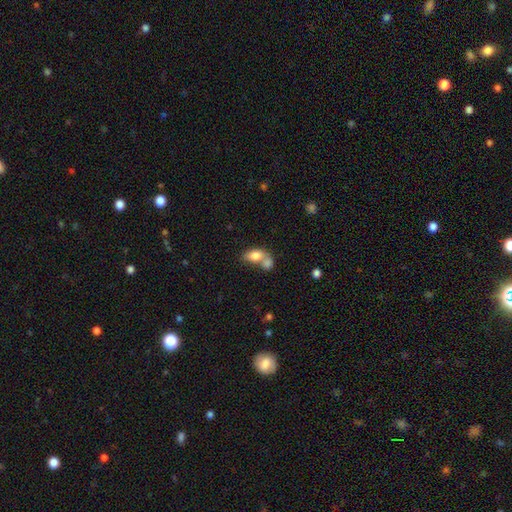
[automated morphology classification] smooth_or_featured: smooth (p=0.79) [alt: featured or disk p=0.14]
how_rounded: in between (p=0.85) [alt: round p=0.12]
merging: merger (p=0.64) [alt: none p=0.22]